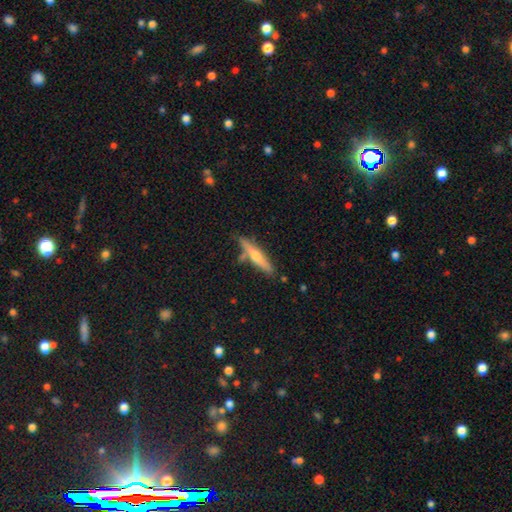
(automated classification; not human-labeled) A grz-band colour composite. It shows a featured or disk galaxy (53%) viewed edge-on (94%). Merging: none (77%).